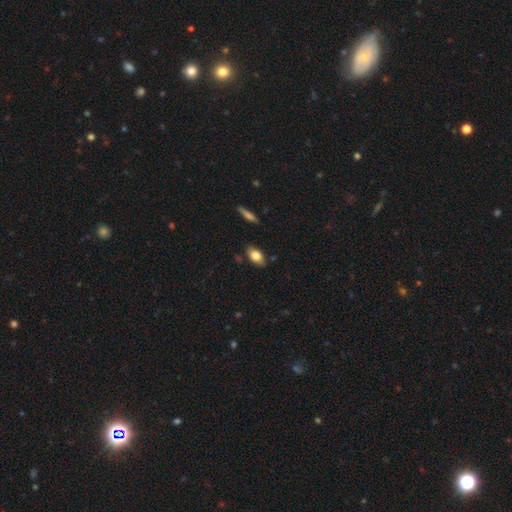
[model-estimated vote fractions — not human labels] smooth 79%, featured or disk 13%, star or artifact 7%. Down the decision tree: how rounded — in between (89%); merging — none (83%).